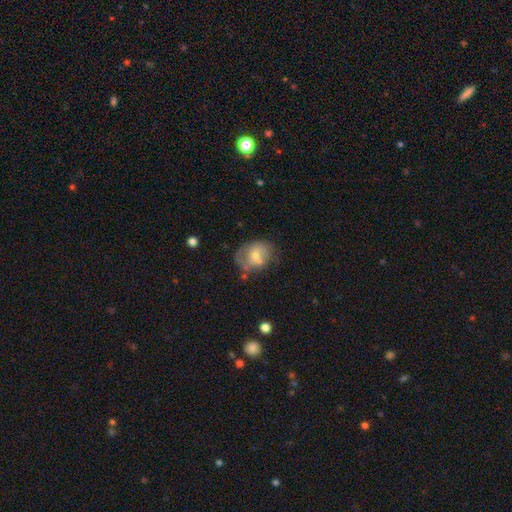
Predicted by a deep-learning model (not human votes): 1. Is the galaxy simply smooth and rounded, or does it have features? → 52% smooth, 39% featured or disk, 8% star or artifact.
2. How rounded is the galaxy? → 52% round, 47% in between, 1% cigar-shaped.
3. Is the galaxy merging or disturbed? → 45% none, 26% minor disturbance, 15% merger, 14% major disturbance.